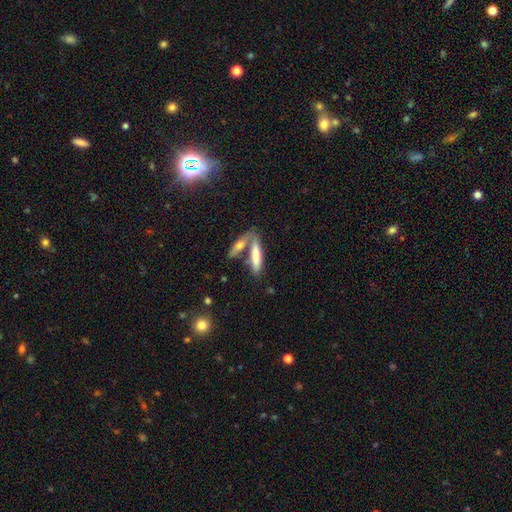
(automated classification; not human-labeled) smooth 73%, featured or disk 21%, star or artifact 6%. Down the decision tree: how rounded — cigar-shaped (75%); merging — none (49%).